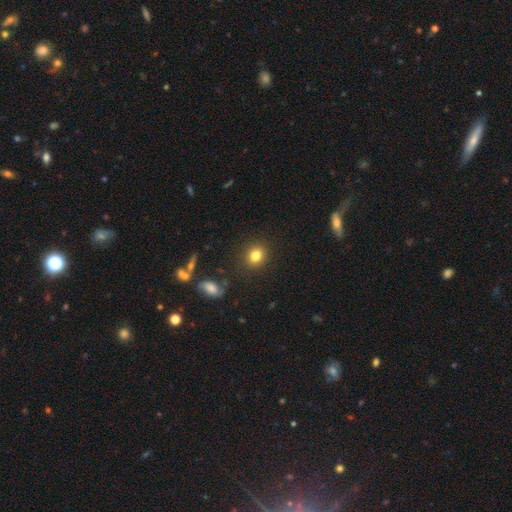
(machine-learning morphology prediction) A smooth galaxy with no disk features (82%) that is round (72%).

Vote fractions:
- Smooth or featured? smooth: 82% / star or artifact: 11% / featured or disk: 7%
- How rounded? round: 72% / in between: 27% / cigar-shaped: 1%
- Merging? none: 89% / minor disturbance: 7% / major disturbance: 3% / merger: 2%